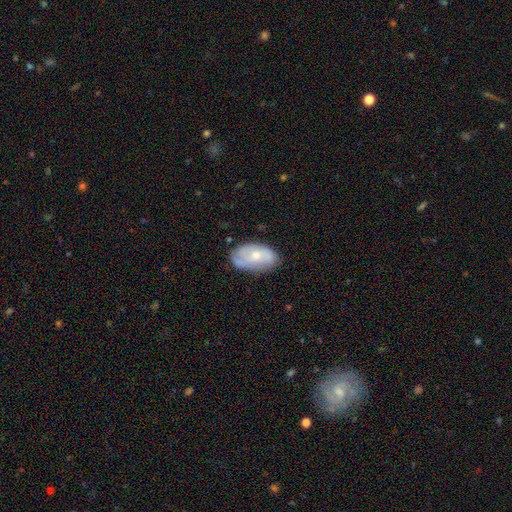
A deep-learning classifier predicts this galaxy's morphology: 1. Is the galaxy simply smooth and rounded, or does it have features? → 50% smooth, 43% featured or disk, 7% star or artifact.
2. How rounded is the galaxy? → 92% in between, 7% round, 2% cigar-shaped.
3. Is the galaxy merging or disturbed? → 69% none, 24% minor disturbance, 6% major disturbance, 2% merger.